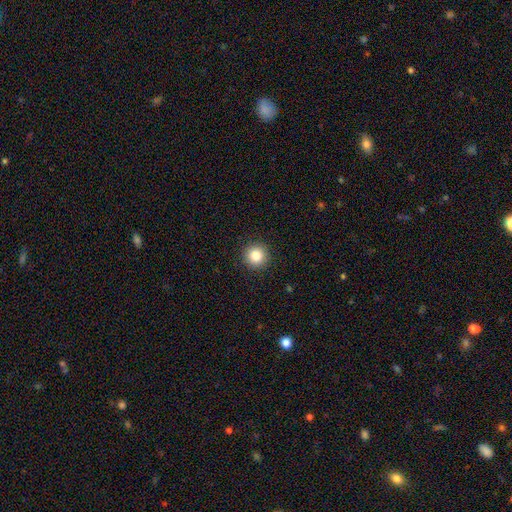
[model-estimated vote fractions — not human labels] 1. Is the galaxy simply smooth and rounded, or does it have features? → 84% smooth, 11% star or artifact, 6% featured or disk.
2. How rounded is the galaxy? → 95% round, 4% in between, 1% cigar-shaped.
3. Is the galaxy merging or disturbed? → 93% none, 5% minor disturbance, 2% major disturbance, 1% merger.